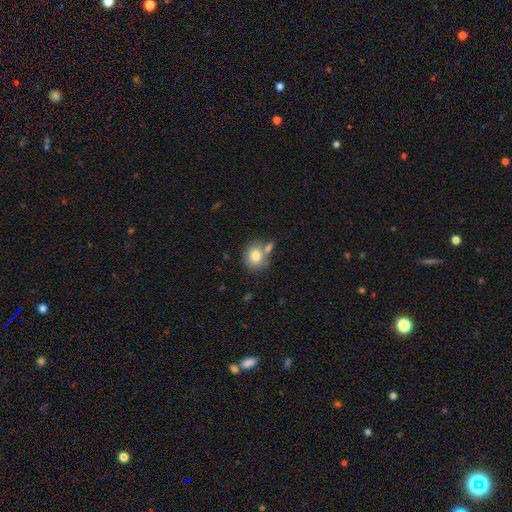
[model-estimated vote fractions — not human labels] A smooth galaxy with no disk features (80%) that is round (65%). Merging: none (53%).